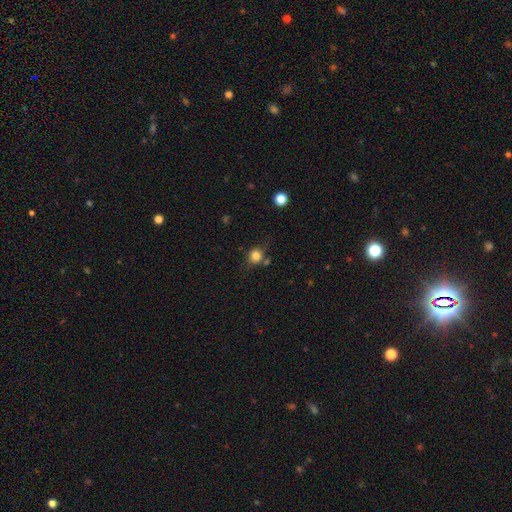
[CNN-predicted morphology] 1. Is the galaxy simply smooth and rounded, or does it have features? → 80% smooth, 12% star or artifact, 8% featured or disk.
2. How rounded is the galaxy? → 78% round, 21% in between, 1% cigar-shaped.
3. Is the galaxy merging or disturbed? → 66% none, 19% minor disturbance, 8% merger, 6% major disturbance.